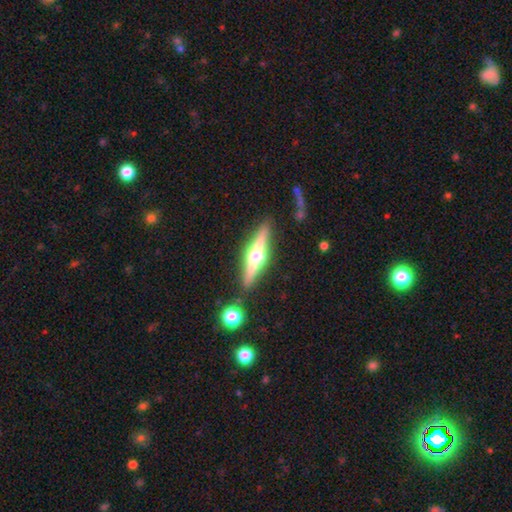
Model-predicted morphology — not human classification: smooth_or_featured: featured or disk (p=0.75) [alt: smooth p=0.19]
disk_edge_on: yes (p=0.97) [alt: no p=0.03]
edge_on_bulge: rounded (p=0.95) [alt: boxy p=0.04]
merging: none (p=0.86) [alt: minor disturbance p=0.08]